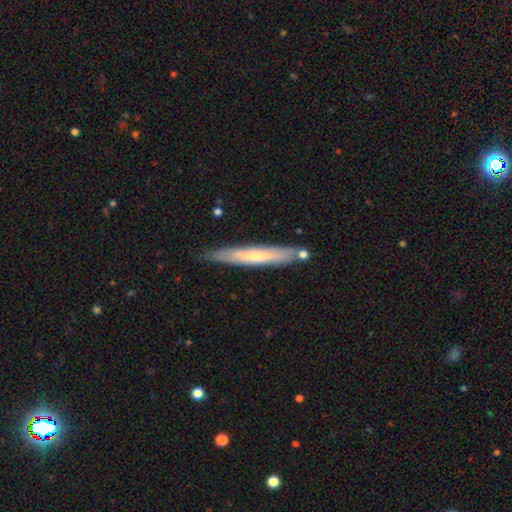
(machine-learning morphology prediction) Smooth or featured?
  - featured or disk: 47% * (tied)
  - smooth: 47% * (tied)
  - star or artifact: 6%
Merging?
  - none: 80% *
  - minor disturbance: 13%
  - merger: 5%
  - major disturbance: 2%